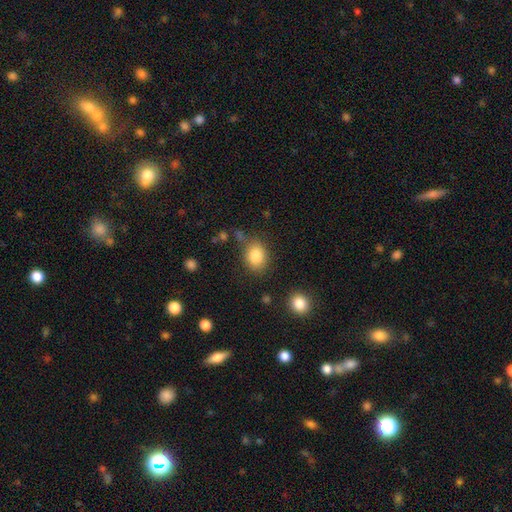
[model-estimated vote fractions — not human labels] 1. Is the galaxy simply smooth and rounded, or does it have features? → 84% smooth, 9% star or artifact, 7% featured or disk.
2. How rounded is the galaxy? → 55% in between, 44% round, 1% cigar-shaped.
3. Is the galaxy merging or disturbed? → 75% none, 15% minor disturbance, 5% merger, 5% major disturbance.